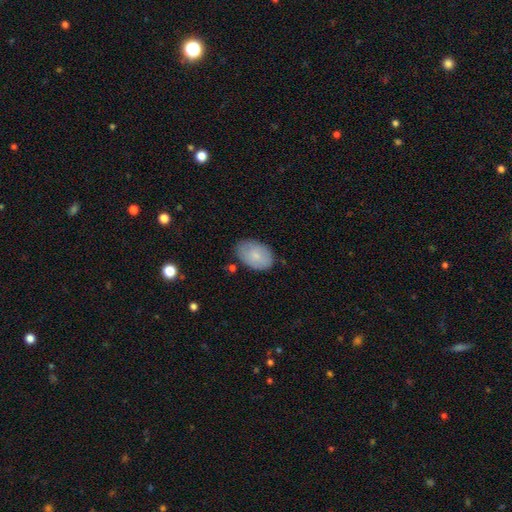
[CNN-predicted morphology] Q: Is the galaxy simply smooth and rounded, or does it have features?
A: smooth — 79%.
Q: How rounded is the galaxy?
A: in between — 88%.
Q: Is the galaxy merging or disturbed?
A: none — 78%.